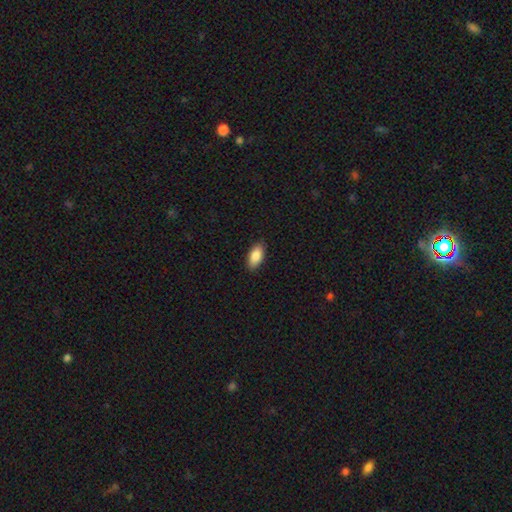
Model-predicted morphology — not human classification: The model was most divided on "merging": none: 88%, minor disturbance: 9%, major disturbance: 2%, merger: 1%. More confident: how rounded — in between (92%); smooth or featured — smooth (88%).